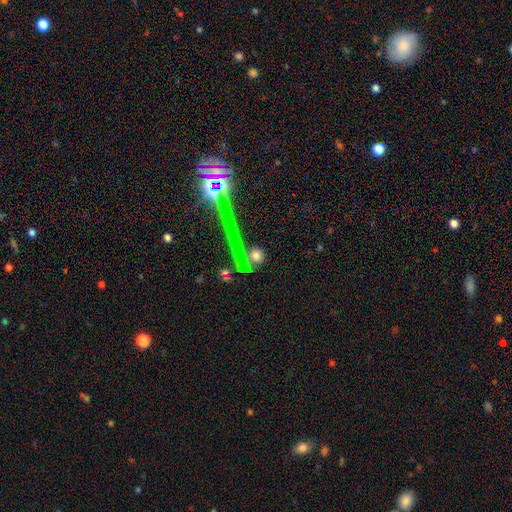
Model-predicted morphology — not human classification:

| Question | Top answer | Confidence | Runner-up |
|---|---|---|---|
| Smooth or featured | smooth | 61% | star or artifact (27%) |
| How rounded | round | 88% | in between (8%) |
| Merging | none | 74% | merger (11%) |